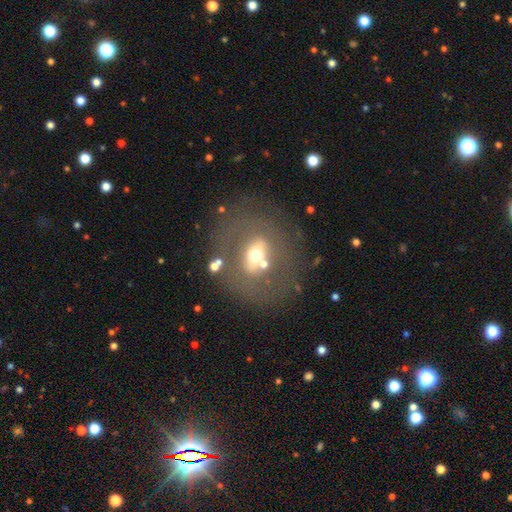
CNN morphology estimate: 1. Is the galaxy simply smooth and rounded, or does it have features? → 49% featured or disk, 37% smooth, 14% star or artifact.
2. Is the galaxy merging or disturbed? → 66% none, 14% minor disturbance, 12% major disturbance, 8% merger.